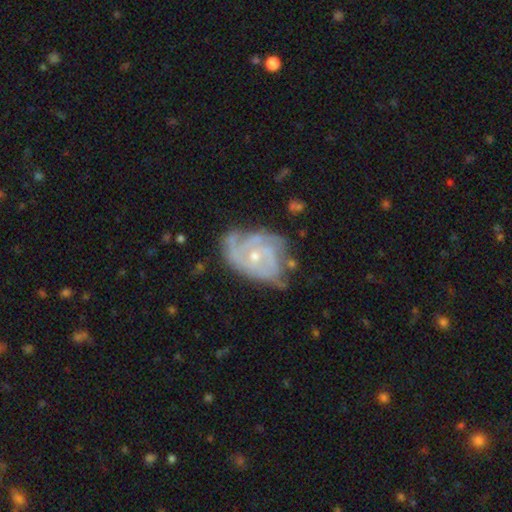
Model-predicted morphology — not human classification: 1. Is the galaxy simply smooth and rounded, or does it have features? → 85% featured or disk, 9% smooth, 6% star or artifact.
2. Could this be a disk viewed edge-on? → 97% no, 3% yes.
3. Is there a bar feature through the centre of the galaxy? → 74% no, 22% weak, 4% strong.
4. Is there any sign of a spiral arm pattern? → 94% yes, 6% no.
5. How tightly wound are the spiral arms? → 59% tight, 33% medium, 8% loose.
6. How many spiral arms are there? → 35% 3, 24% can't tell, 19% 2, 12% 4, 5% 1, 5% more than 4.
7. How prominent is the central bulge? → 62% small, 36% moderate, 1% none, 1% large, 1% dominant.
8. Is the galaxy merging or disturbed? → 53% none, 30% minor disturbance, 14% major disturbance, 3% merger.